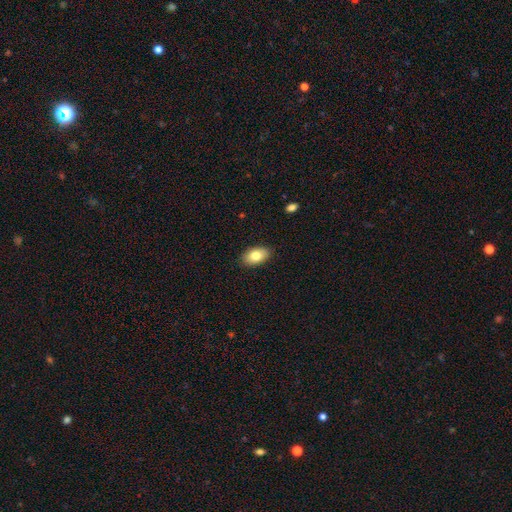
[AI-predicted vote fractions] Smooth or featured: smooth — 81% (featured or disk — 12%)
How rounded: in between — 92% (round — 7%)
Merging: none — 88% (minor disturbance — 9%)